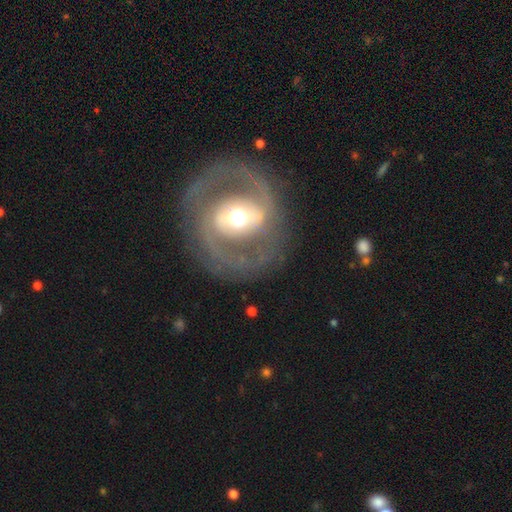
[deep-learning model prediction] smooth_or_featured: featured or disk (p=0.83) [alt: smooth p=0.12]
disk_edge_on: no (p=0.97) [alt: yes p=0.03]
bar: weak (p=0.37) [alt: strong p=0.34]
has_spiral_arms: yes (p=0.83) [alt: no p=0.17]
spiral_winding: medium (p=0.46) [alt: tight p=0.39]
spiral_arm_count: 2 (p=0.86) [alt: can't tell p=0.06]
bulge_size: moderate (p=0.62) [alt: large p=0.20]
merging: none (p=0.82) [alt: minor disturbance p=0.10]